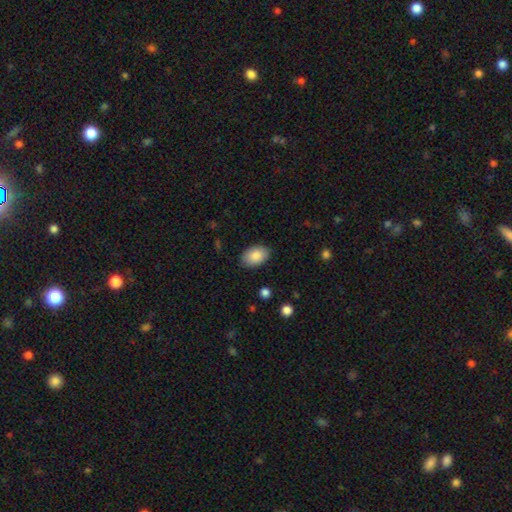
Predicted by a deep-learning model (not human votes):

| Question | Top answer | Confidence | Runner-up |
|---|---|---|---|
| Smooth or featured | smooth | 86% | featured or disk (7%) |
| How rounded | in between | 90% | round (9%) |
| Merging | none | 86% | minor disturbance (11%) |